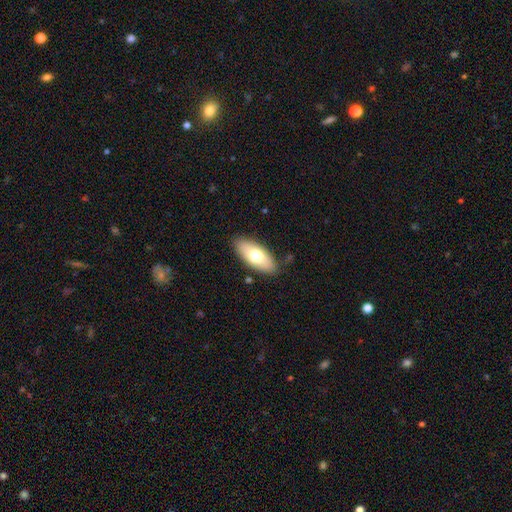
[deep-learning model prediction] smooth 68%, featured or disk 25%, star or artifact 7%. Down the decision tree: how rounded — in between (87%); merging — none (85%).